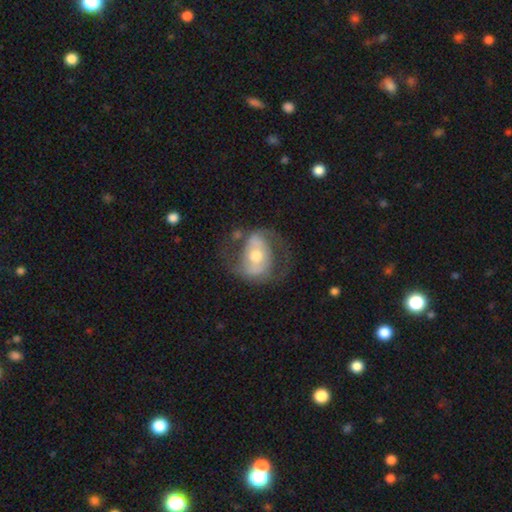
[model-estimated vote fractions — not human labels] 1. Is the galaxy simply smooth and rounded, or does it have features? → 73% featured or disk, 21% smooth, 6% star or artifact.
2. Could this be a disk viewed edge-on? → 96% no, 4% yes.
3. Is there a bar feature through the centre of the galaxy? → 37% no, 34% weak, 29% strong.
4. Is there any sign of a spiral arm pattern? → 77% yes, 23% no.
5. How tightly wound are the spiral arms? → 49% medium, 30% loose, 21% tight.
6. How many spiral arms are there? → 84% 2, 9% can't tell, 4% 1, 1% 3, 1% 4, 1% more than 4.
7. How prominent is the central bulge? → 68% moderate, 22% small, 8% large, 1% none, 1% dominant.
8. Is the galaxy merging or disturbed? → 58% none, 20% major disturbance, 19% minor disturbance, 3% merger.